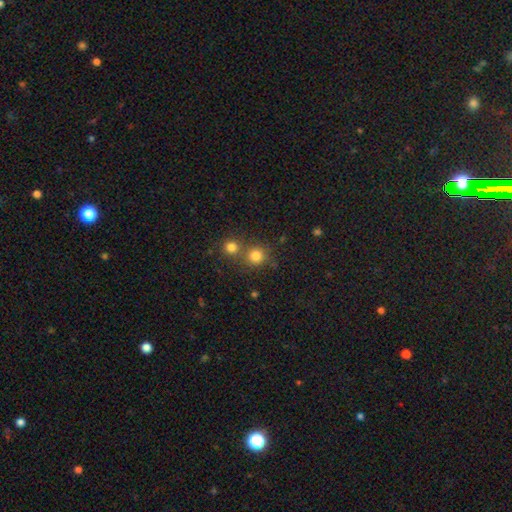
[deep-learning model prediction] The model was most divided on "merging": none: 59%, merger: 30%, minor disturbance: 7%, major disturbance: 3%. More confident: how rounded — round (89%); smooth or featured — smooth (80%).